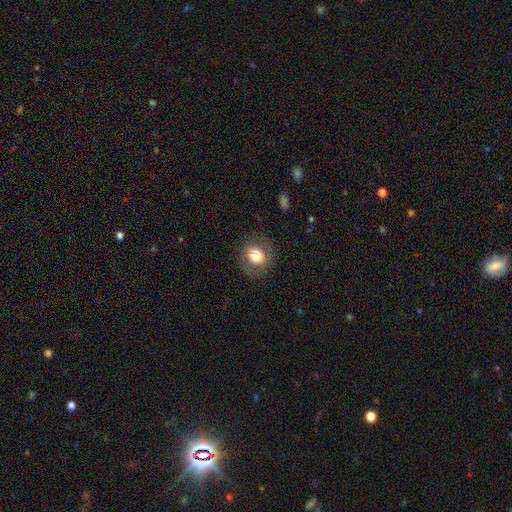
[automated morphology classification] Smooth or featured?
  - smooth: 72% *
  - featured or disk: 19%
  - star or artifact: 9%
How rounded?
  - round: 70% *
  - in between: 29%
  - cigar-shaped: 1%
Merging?
  - none: 82% *
  - minor disturbance: 11%
  - major disturbance: 6%
  - merger: 1%